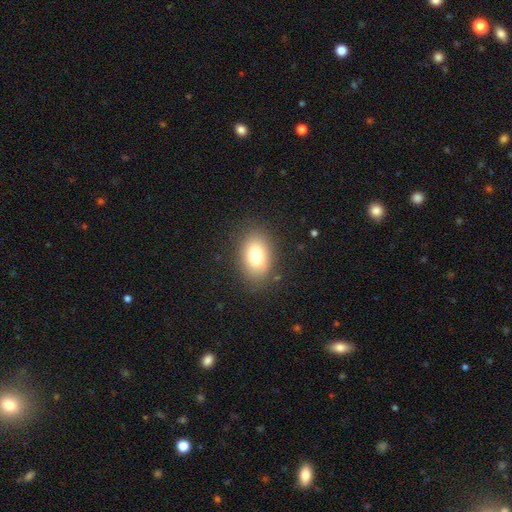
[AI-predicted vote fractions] Smooth or featured? Predicted: smooth (p=0.78). How rounded? Predicted: in between (p=0.85). Merging? Predicted: none (p=0.84).